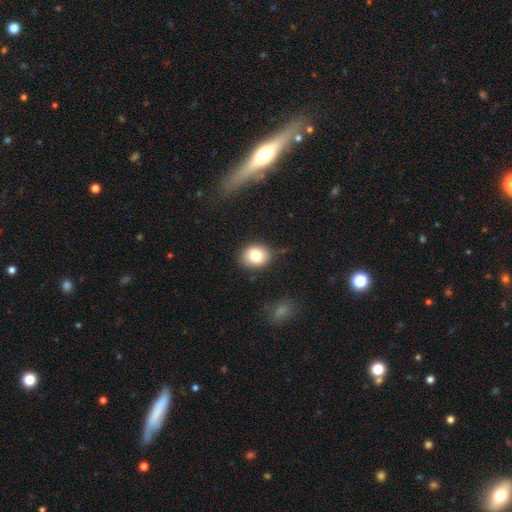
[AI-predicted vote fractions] Smooth or featured: smooth — 80% (featured or disk — 10%)
How rounded: round — 62% (in between — 37%)
Merging: none — 79% (minor disturbance — 15%)